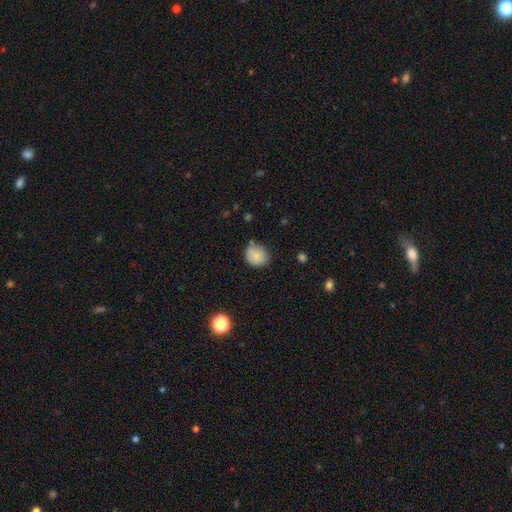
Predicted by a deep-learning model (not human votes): The model was most divided on "merging": none: 65%, minor disturbance: 25%, merger: 5%, major disturbance: 5%. More confident: smooth or featured — smooth (81%); how rounded — round (74%).